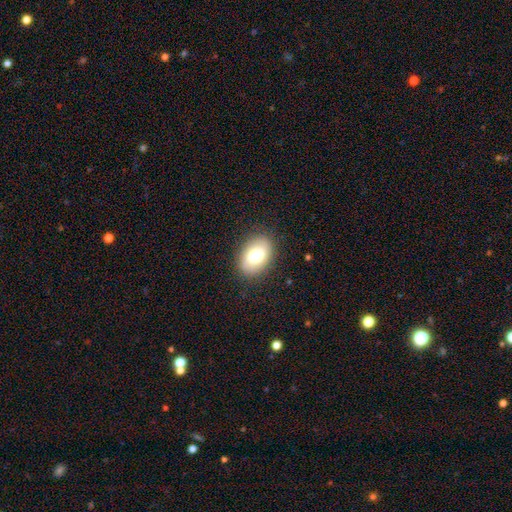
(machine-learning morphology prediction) A smooth galaxy with no disk features (76%) that is in between round and cigar-shaped (85%).

Vote fractions:
- Smooth or featured? smooth: 76% / featured or disk: 16% / star or artifact: 8%
- How rounded? in between: 85% / round: 14% / cigar-shaped: 1%
- Merging? none: 86% / minor disturbance: 10% / major disturbance: 3% / merger: 1%